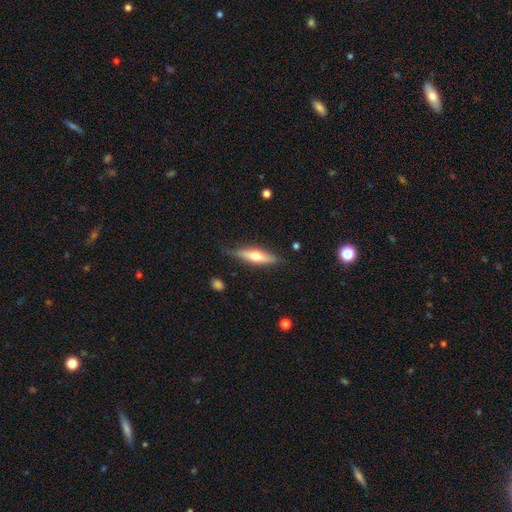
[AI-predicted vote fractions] Smooth or featured? featured or disk (50%)
Merging? none (82%)